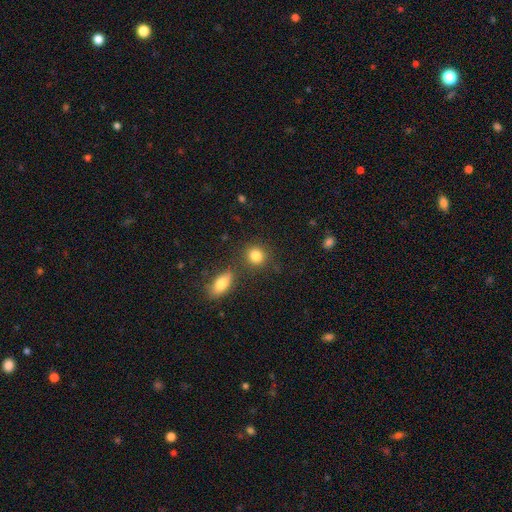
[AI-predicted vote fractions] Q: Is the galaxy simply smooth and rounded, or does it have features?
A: smooth — 84%.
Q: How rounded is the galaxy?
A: round — 79%.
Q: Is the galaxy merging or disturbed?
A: none — 78%.